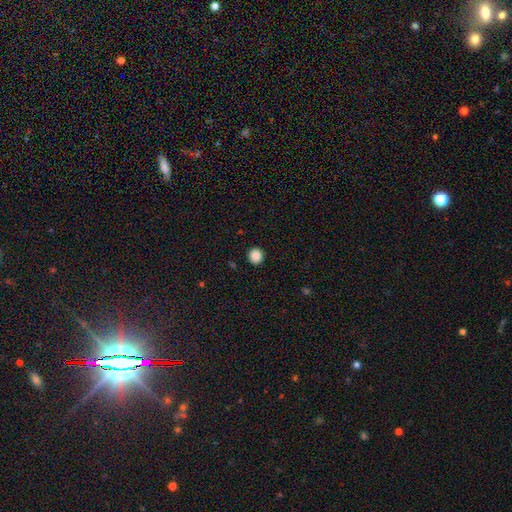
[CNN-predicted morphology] This is clearly a smooth galaxy (88%). How rounded: clearly round (92%). Merging: clearly none (93%).